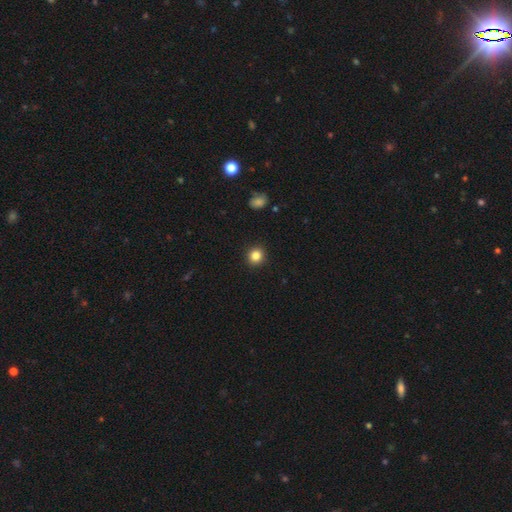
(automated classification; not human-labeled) Q: Smooth or featured?
A: smooth (84%); runner-up: star or artifact (11%)
Q: How rounded?
A: round (90%); runner-up: in between (9%)
Q: Merging?
A: none (92%); runner-up: minor disturbance (5%)